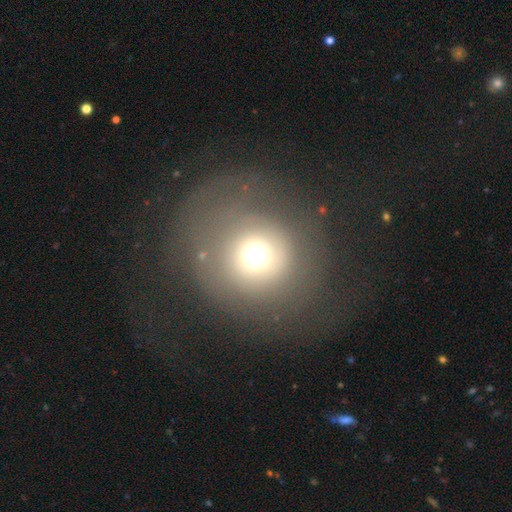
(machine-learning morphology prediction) This is likely a smooth galaxy (64%). How rounded: clearly round (91%). Merging: likely none (68%).